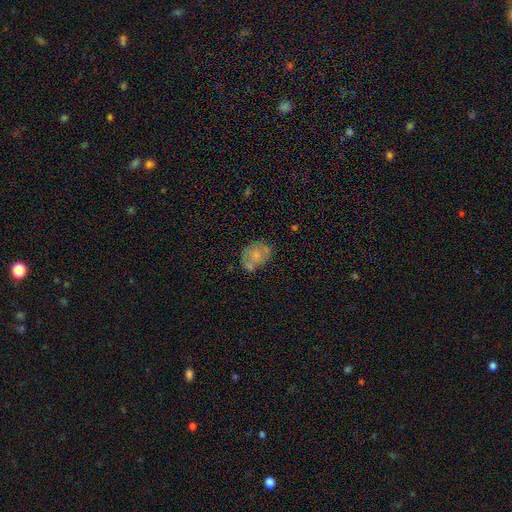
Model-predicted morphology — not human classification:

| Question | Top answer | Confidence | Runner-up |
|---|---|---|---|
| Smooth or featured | smooth | 60% | featured or disk (31%) |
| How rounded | in between | 60% | round (39%) |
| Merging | none | 50% | minor disturbance (22%) |